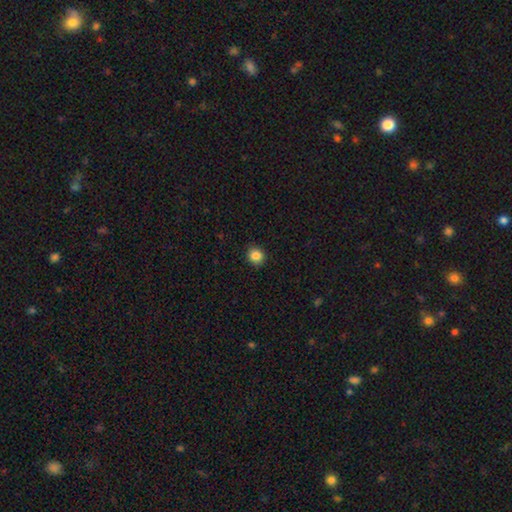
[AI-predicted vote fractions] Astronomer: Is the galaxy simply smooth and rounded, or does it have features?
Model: smooth — 85%.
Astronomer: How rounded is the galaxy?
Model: round — 86%.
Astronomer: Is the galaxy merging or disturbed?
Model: none — 91%.